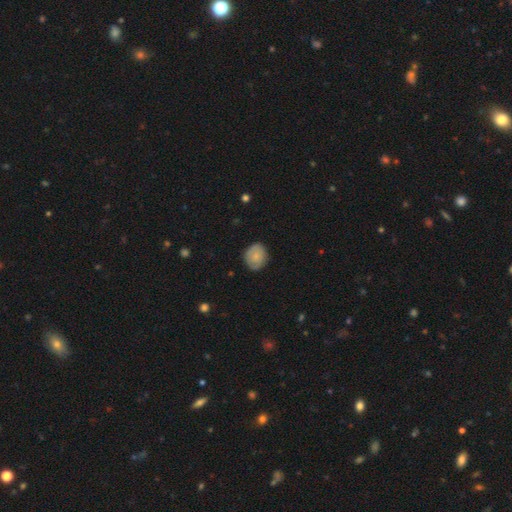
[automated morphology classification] Overall: smooth (78%). How rounded: round (64%; in between 35%). Merging: none (79%).